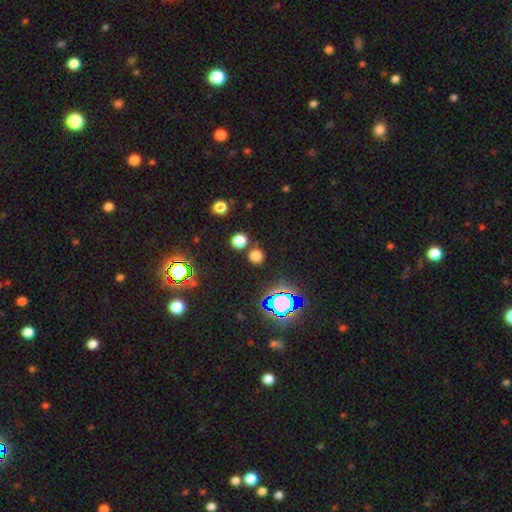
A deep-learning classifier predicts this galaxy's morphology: Overall: smooth (69%). How rounded: round (89%). Merging: none (82%).